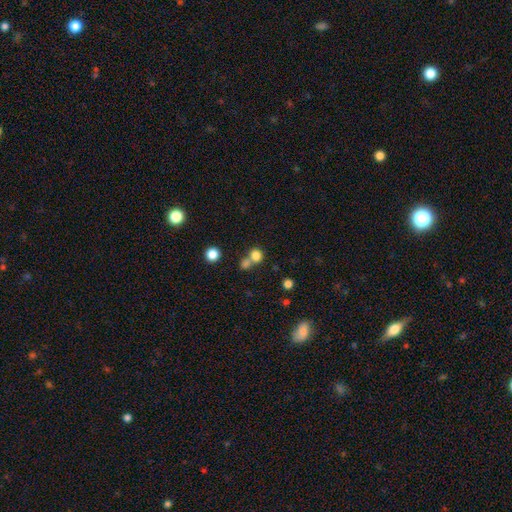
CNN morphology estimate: A smooth galaxy with no disk features (80%) that is round (83%).

Vote fractions:
- Smooth or featured? smooth: 80% / star or artifact: 13% / featured or disk: 7%
- How rounded? round: 83% / in between: 16% / cigar-shaped: 1%
- Merging? none: 47% / merger: 42% / minor disturbance: 7% / major disturbance: 4%